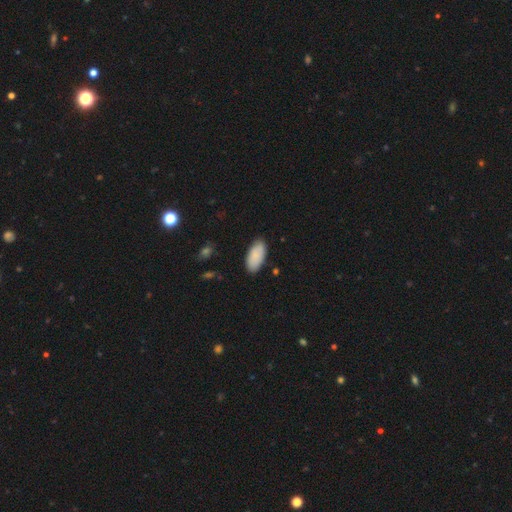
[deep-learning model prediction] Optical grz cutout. It shows a smooth galaxy with no disk features (88%) that is in between round and cigar-shaped (93%). Merging: none (85%).